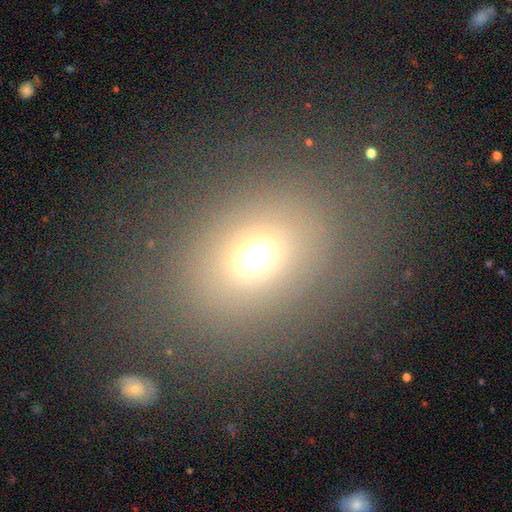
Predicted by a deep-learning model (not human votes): This is likely a smooth galaxy (65%). How rounded: possibly round (53%). Merging: likely none (76%).